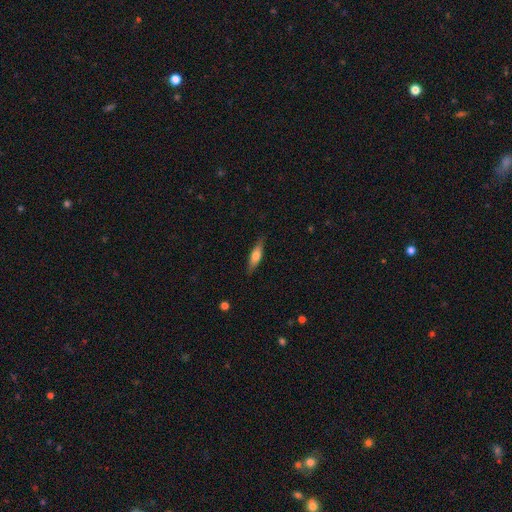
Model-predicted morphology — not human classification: This is possibly a smooth galaxy (58%). How rounded: likely cigar-shaped (66%). Merging: clearly none (86%).